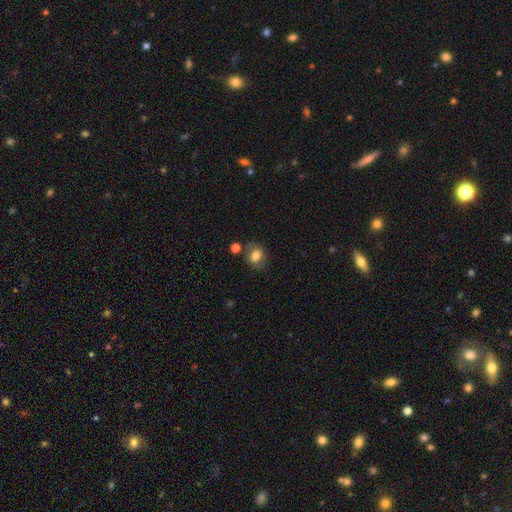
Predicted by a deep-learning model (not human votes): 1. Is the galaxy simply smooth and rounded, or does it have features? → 75% smooth, 15% featured or disk, 9% star or artifact.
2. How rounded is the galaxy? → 52% in between, 47% round, 1% cigar-shaped.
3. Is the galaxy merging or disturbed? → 68% none, 16% minor disturbance, 10% merger, 6% major disturbance.